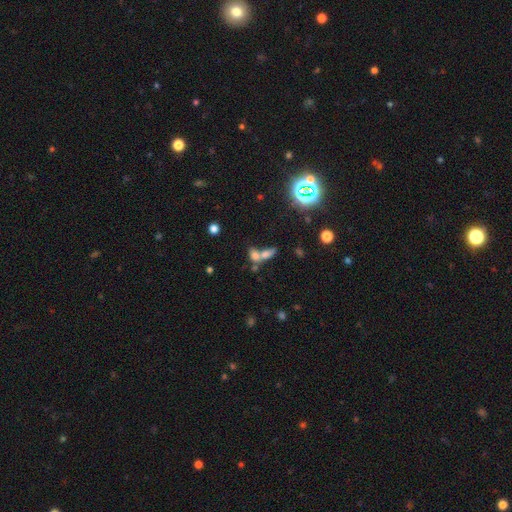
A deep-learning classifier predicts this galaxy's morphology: smooth 65%, star or artifact 19%, featured or disk 16%. Down the decision tree: how rounded — in between (72%); merging — merger (65%).